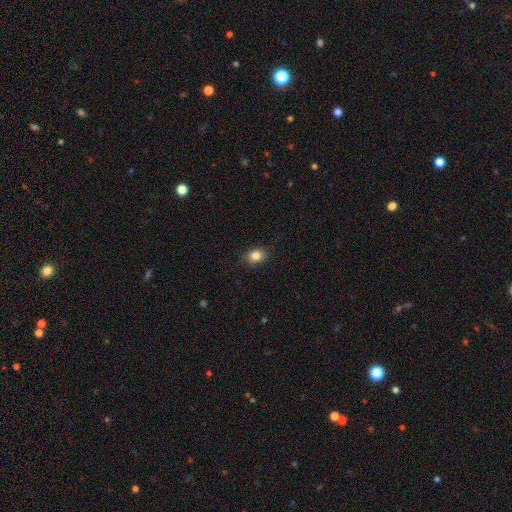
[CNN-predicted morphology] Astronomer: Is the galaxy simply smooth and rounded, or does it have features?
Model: smooth — 85%.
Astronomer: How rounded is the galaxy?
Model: in between — 52% (runner-up: round, 47%).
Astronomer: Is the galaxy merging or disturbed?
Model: none — 86%.